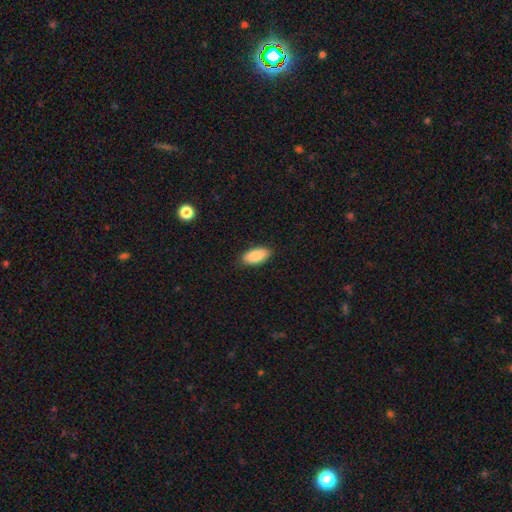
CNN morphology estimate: Overall: smooth (90%). How rounded: in between (92%). Merging: none (88%).